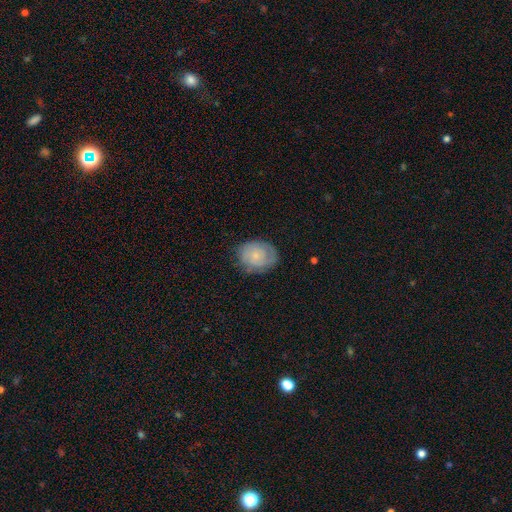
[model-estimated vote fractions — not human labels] Q: Smooth or featured?
A: smooth (57%); runner-up: featured or disk (36%)
Q: How rounded?
A: in between (50%); runner-up: round (49%)
Q: Merging?
A: none (72%); runner-up: minor disturbance (21%)